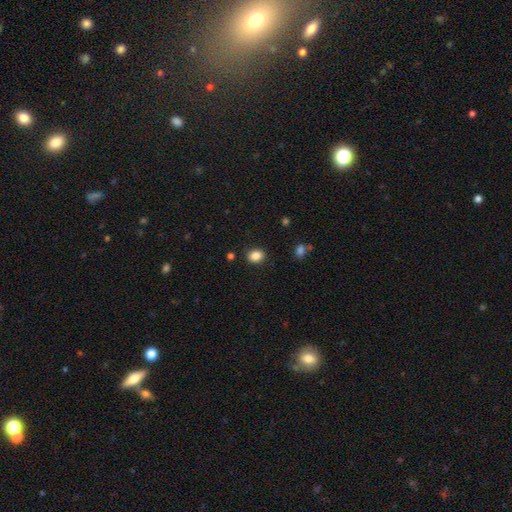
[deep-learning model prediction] This is clearly a smooth galaxy (86%). How rounded: likely in between (61%). Merging: clearly none (88%).